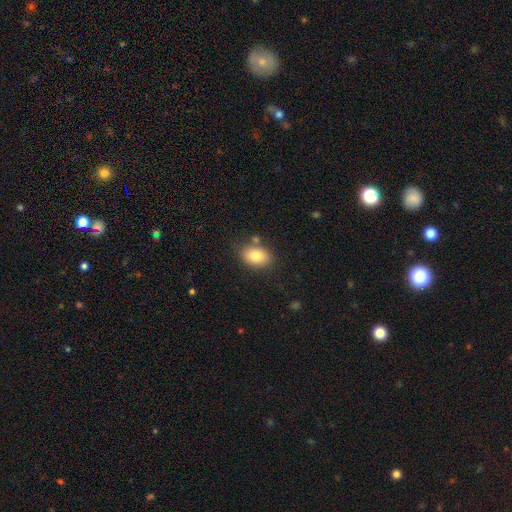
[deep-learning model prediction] Morphology: type=smooth (84%); roundness=in between (85%); merging=none (77%).